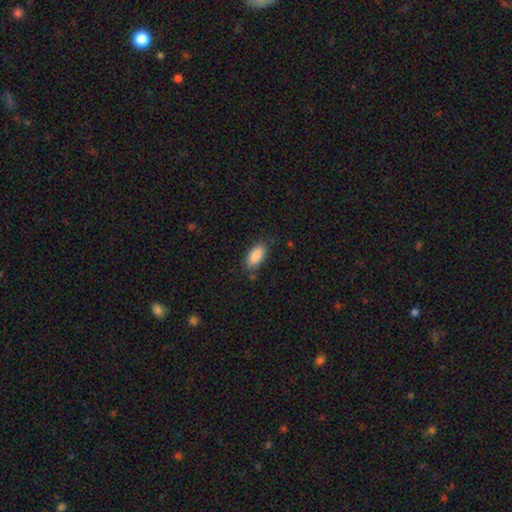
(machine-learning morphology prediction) This appears to be a smooth galaxy with no disk features (89%) that is in between round and cigar-shaped (89%). Merging: none (81%).